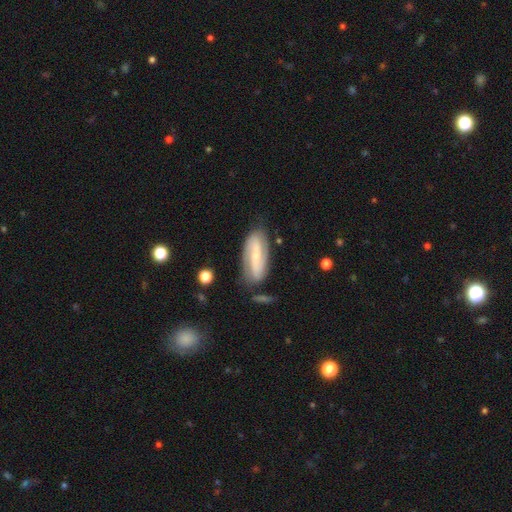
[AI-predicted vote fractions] Smooth or featured?
  - featured or disk: 74% *
  - smooth: 20%
  - star or artifact: 6%
Edge-on disk?
  - no: 90% *
  - yes: 10%
Bar?
  - strong: 43% *
  - weak: 34%
  - no: 23%
Spiral arms?
  - yes: 90% *
  - no: 10%
Spiral winding?
  - medium: 38% *
  - tight: 31%
  - loose: 31%
Spiral arm count?
  - 2: 85% *
  - can't tell: 9%
  - 1: 2%
  - 3: 1%
  - 4: 1%
  - more than 4: 1%
Bulge size?
  - small: 69% *
  - moderate: 24%
  - none: 4%
  - large: 2%
  - dominant: 1%
Merging?
  - none: 76% *
  - minor disturbance: 16%
  - major disturbance: 4%
  - merger: 3%